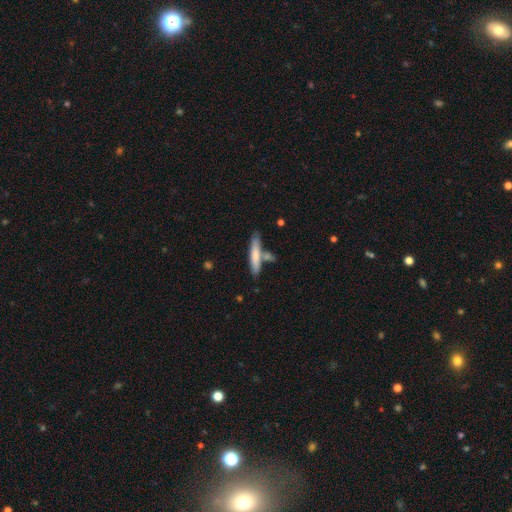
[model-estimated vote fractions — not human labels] Q: Smooth or featured?
A: smooth (71%); runner-up: featured or disk (24%)
Q: How rounded?
A: cigar-shaped (89%); runner-up: in between (9%)
Q: Merging?
A: none (70%); runner-up: merger (14%)